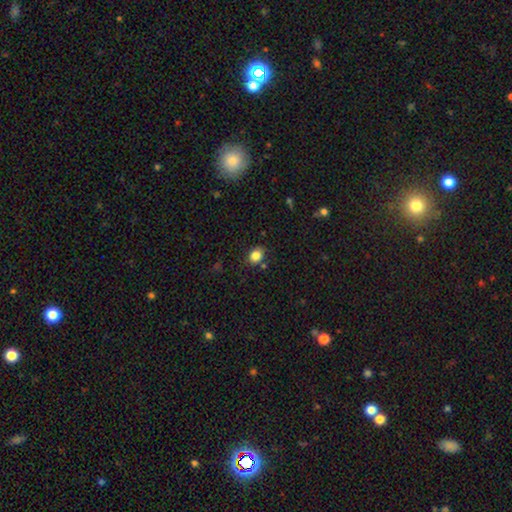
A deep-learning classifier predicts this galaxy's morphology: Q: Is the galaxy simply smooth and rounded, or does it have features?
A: smooth — 83%.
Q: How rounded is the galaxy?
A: in between — 52%.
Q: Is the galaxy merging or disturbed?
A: none — 80%.